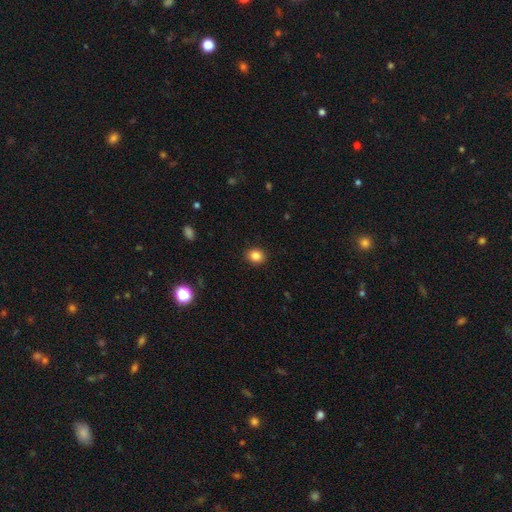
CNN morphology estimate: A smooth galaxy with no disk features (85%) that is round (61%).

Vote fractions:
- Smooth or featured? smooth: 85% / star or artifact: 11% / featured or disk: 5%
- How rounded? round: 61% / in between: 38% / cigar-shaped: 1%
- Merging? none: 90% / minor disturbance: 7% / major disturbance: 2% / merger: 1%